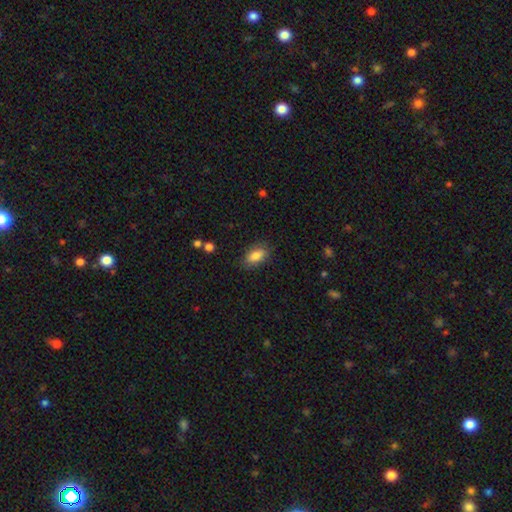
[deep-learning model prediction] Smooth or featured?
  - smooth: 83% *
  - featured or disk: 10%
  - star or artifact: 7%
How rounded?
  - in between: 89% *
  - cigar-shaped: 6%
  - round: 5%
Merging?
  - none: 81% *
  - minor disturbance: 14%
  - major disturbance: 3%
  - merger: 1%